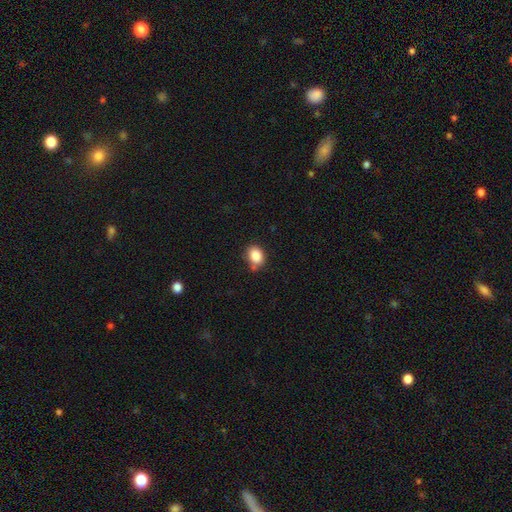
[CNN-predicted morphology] smooth-or-featured: smooth: 86% | star or artifact: 9% | featured or disk: 5%
  how-rounded: in between: 61% | round: 37% | cigar-shaped: 1%
  merging: none: 69% | minor disturbance: 20% | merger: 7% | major disturbance: 4%